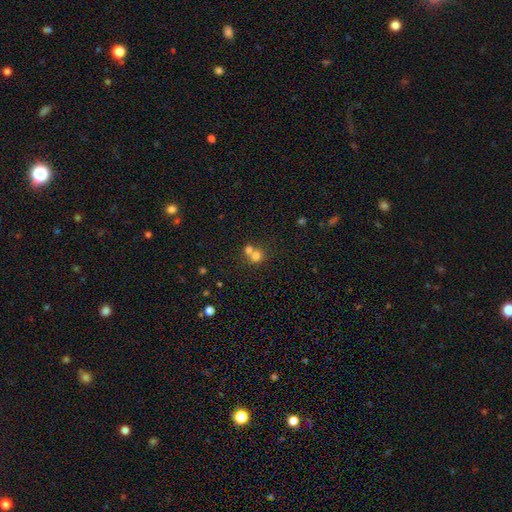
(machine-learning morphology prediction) A smooth galaxy with no disk features (72%) that is round (83%). Merging: merger (57%).